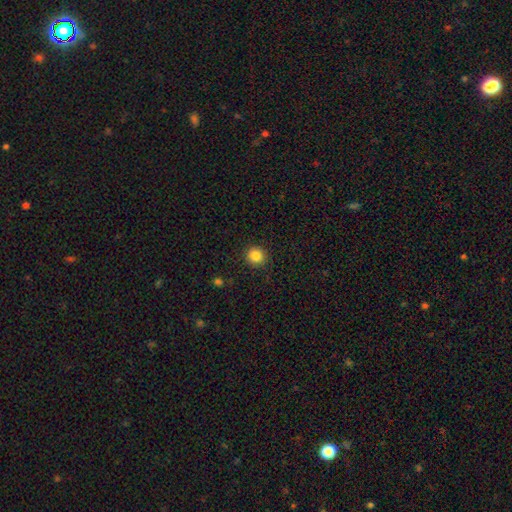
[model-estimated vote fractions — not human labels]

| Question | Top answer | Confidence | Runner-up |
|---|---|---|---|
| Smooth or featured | smooth | 85% | star or artifact (11%) |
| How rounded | round | 94% | in between (5%) |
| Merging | none | 91% | minor disturbance (6%) |